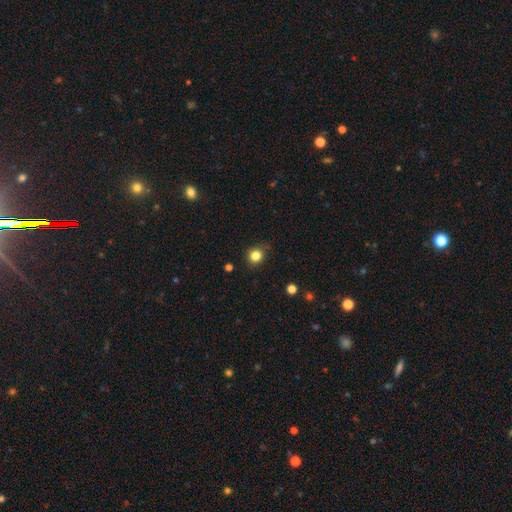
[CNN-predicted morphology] Q: Smooth or featured?
A: smooth (83%); runner-up: star or artifact (12%)
Q: How rounded?
A: round (87%); runner-up: in between (12%)
Q: Merging?
A: none (81%); runner-up: minor disturbance (14%)